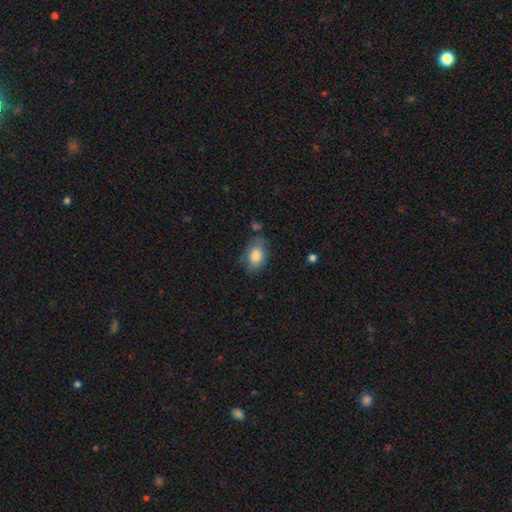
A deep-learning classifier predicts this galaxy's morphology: This is clearly a smooth galaxy (84%). How rounded: clearly in between (85%). Merging: likely none (71%).